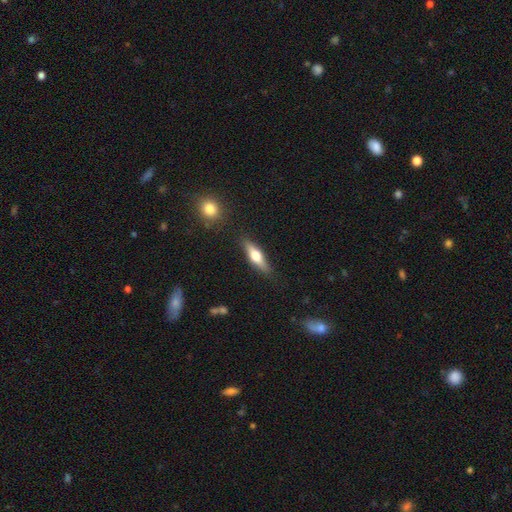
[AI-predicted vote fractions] Smooth or featured? Predicted: smooth (p=0.51). How rounded? Predicted: cigar-shaped (p=0.63). Merging? Predicted: none (p=0.84).